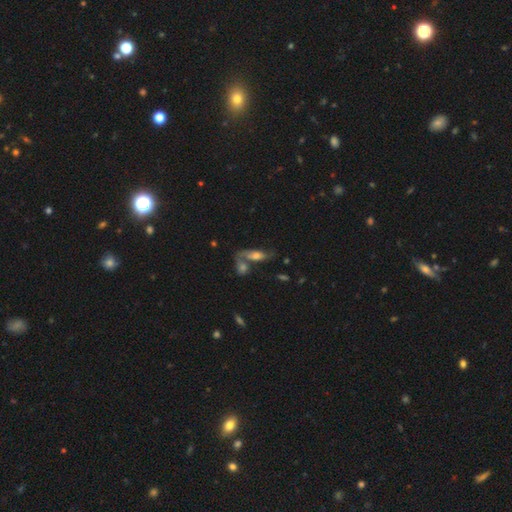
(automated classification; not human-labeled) smooth-or-featured: featured or disk: 47% | smooth: 41% | star or artifact: 12%
  merging: merger: 41% | none: 38% | minor disturbance: 12% | major disturbance: 9%